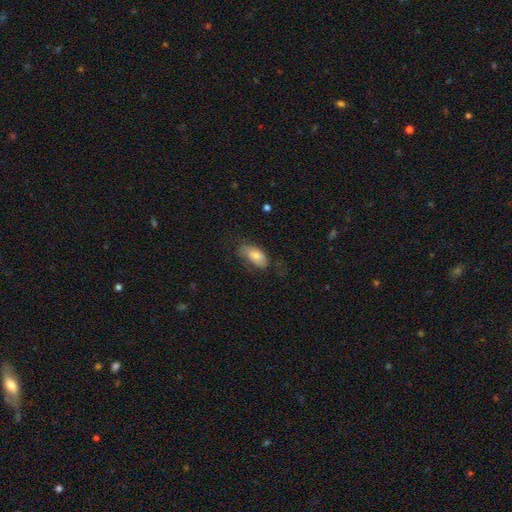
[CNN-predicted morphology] Q: Smooth or featured?
A: smooth (73%); runner-up: featured or disk (20%)
Q: How rounded?
A: in between (92%); runner-up: cigar-shaped (4%)
Q: Merging?
A: none (55%); runner-up: minor disturbance (28%)